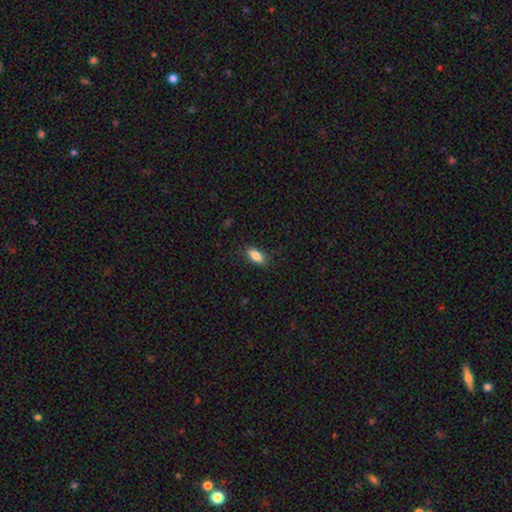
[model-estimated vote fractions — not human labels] Smooth or featured? Predicted: smooth (p=0.86). How rounded? Predicted: in between (p=0.86). Merging? Predicted: none (p=0.85).